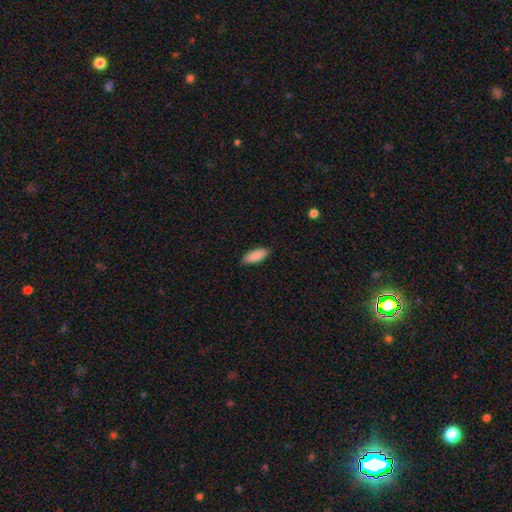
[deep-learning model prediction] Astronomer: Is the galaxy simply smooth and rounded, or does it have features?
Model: smooth — 89%.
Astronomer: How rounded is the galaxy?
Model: in between — 80%.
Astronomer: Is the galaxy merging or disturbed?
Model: none — 86%.